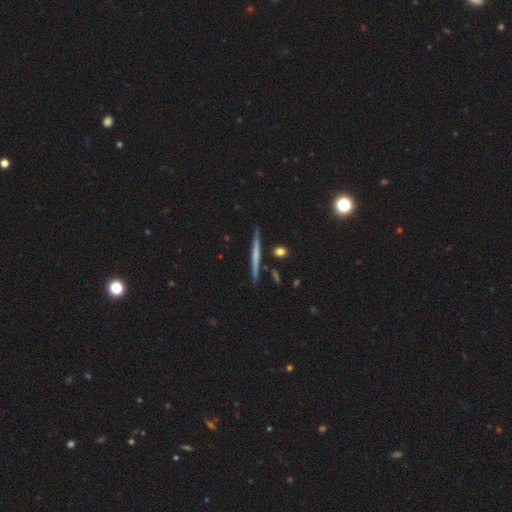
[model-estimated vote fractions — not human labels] Morphology: type=featured or disk (49%); merging=none (88%).